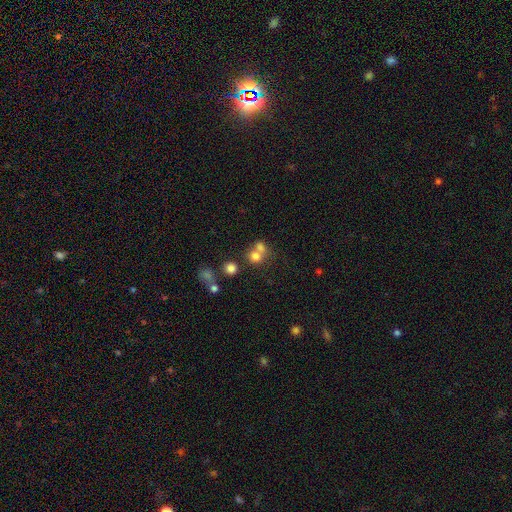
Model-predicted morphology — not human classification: smooth_or_featured: smooth (p=0.72) [alt: star or artifact p=0.15]
how_rounded: round (p=0.77) [alt: in between p=0.22]
merging: merger (p=0.52) [alt: none p=0.37]